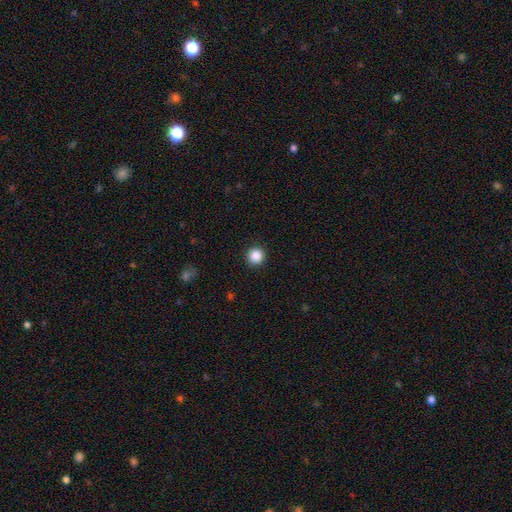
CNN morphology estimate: This is clearly a smooth galaxy (88%). How rounded: clearly round (95%). Merging: clearly none (92%).